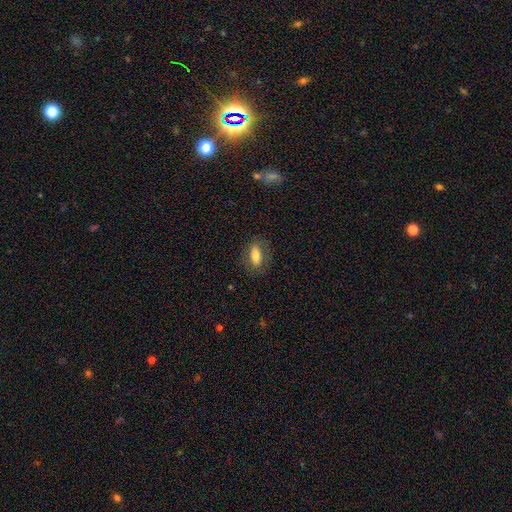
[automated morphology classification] This appears to be a smooth galaxy with no disk features (69%) that is in between round and cigar-shaped (82%). Merging: none (78%).